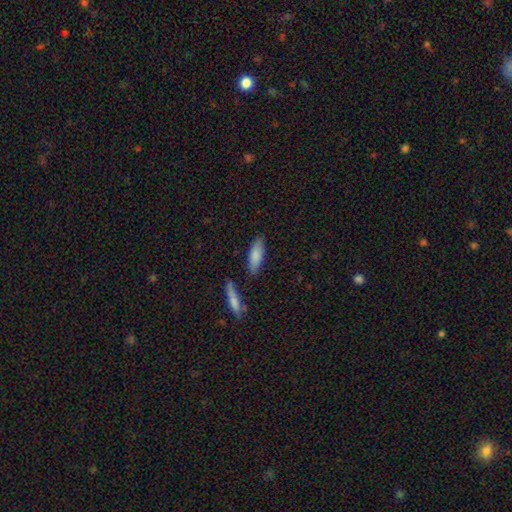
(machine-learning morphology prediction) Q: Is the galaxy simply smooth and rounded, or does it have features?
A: smooth — 82%.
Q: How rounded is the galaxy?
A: in between — 59%.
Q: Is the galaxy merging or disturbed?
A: none — 76%.